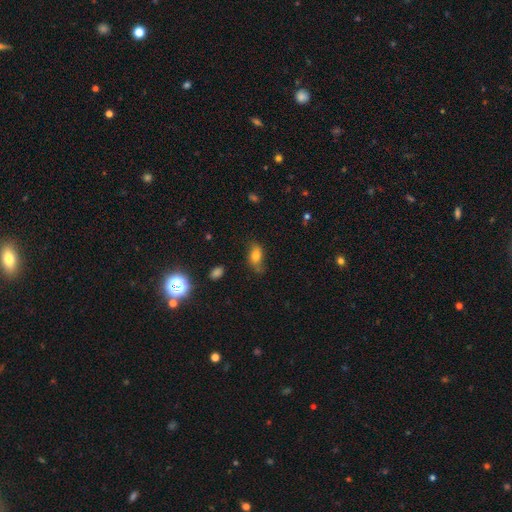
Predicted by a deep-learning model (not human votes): Overall: smooth (72%). How rounded: in between (84%). Merging: none (62%; minor disturbance 27%).